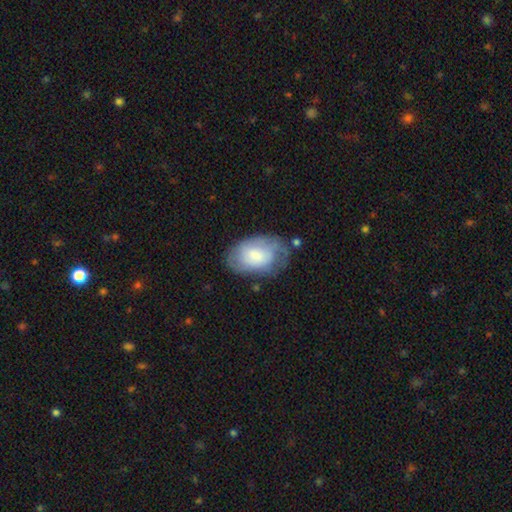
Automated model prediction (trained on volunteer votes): smooth_or_featured: smooth (p=0.60) [alt: featured or disk p=0.34]
how_rounded: in between (p=0.90) [alt: round p=0.09]
merging: none (p=0.56) [alt: minor disturbance p=0.28]